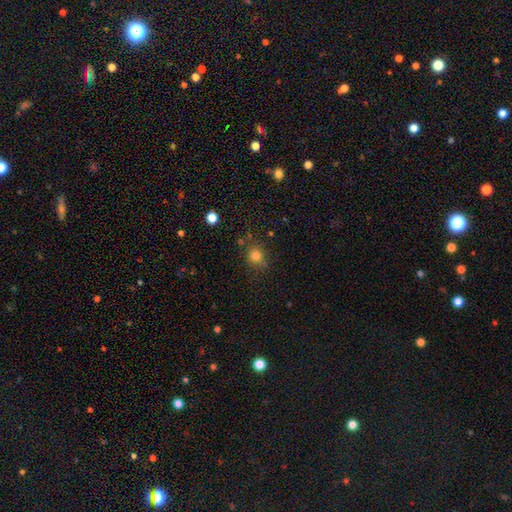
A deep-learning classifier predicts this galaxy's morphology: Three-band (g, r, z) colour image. It shows a smooth galaxy with no disk features (80%) that is round (86%). Merging: none (76%).